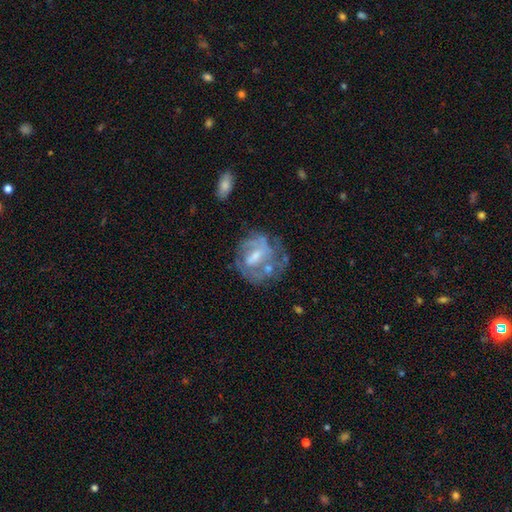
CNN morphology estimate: A featured or disk galaxy (70%) with a weak bar (48%), spiral arms (61%) and a moderate central bulge (42%).

Vote fractions:
- Smooth or featured? featured or disk: 70% / smooth: 20% / star or artifact: 9%
- Edge-on disk? no: 96% / yes: 4%
- Bar? weak: 48% / no: 31% / strong: 21%
- Spiral arms? yes: 61% / no: 39%
- Bulge size? moderate: 42% / small: 36% / none: 14% / large: 6% / dominant: 1%
- Merging? none: 53% / minor disturbance: 21% / major disturbance: 19% / merger: 7%